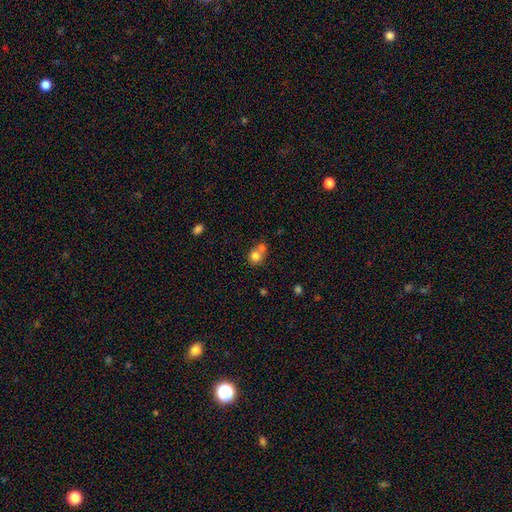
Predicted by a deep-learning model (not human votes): Smooth or featured: smooth — 77% (featured or disk — 12%)
How rounded: round — 78% (in between — 21%)
Merging: merger — 52% (none — 36%)